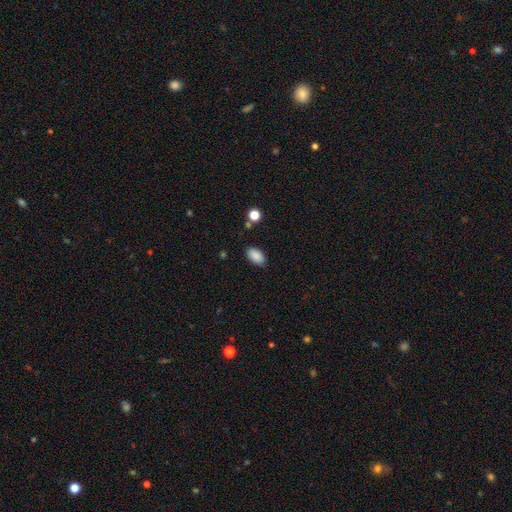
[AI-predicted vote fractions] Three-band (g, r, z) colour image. It shows a smooth galaxy with no disk features (88%) that is in between round and cigar-shaped (91%). Merging: none (83%).